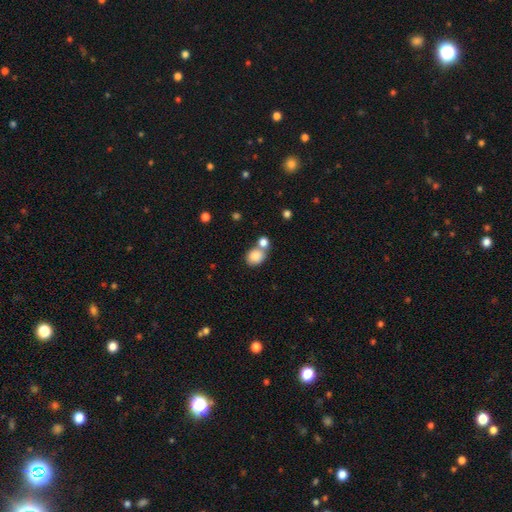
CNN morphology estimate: Overall: smooth (85%). How rounded: round (68%; in between 31%). Merging: none (50%; merger 36%).